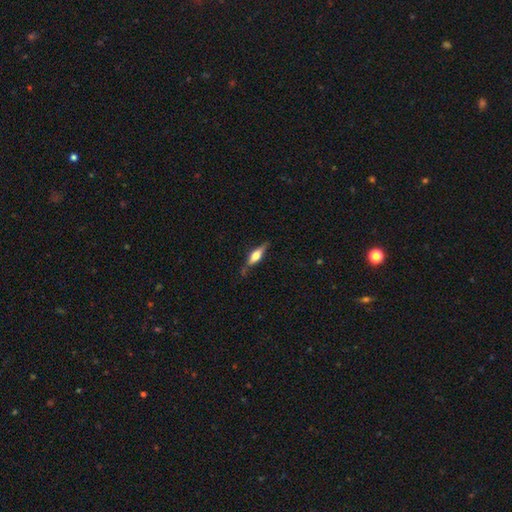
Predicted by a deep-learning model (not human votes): A featured or disk galaxy (57%) viewed edge-on (93%) with a rounded central bulge (84%).

Vote fractions:
- Smooth or featured? featured or disk: 57% / smooth: 37% / star or artifact: 7%
- Edge-on disk? yes: 93% / no: 7%
- Edge-on bulge? rounded: 84% / boxy: 13% / none: 3%
- Merging? none: 76% / minor disturbance: 17% / major disturbance: 4% / merger: 2%